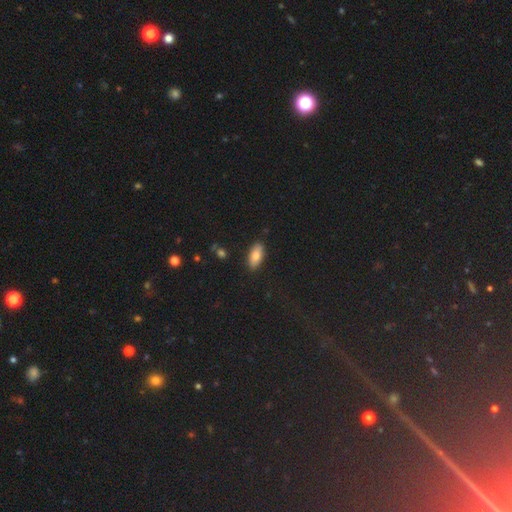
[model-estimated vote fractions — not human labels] Smooth or featured? smooth (81%)
How rounded? in between (88%)
Merging? none (88%)